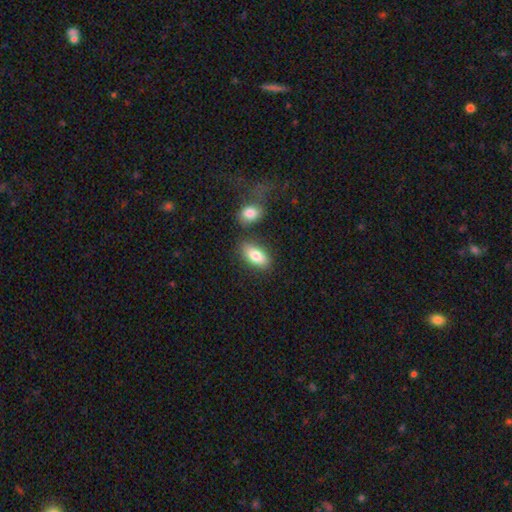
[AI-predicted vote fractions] Overall: smooth (82%). How rounded: in between (90%). Merging: none (72%).